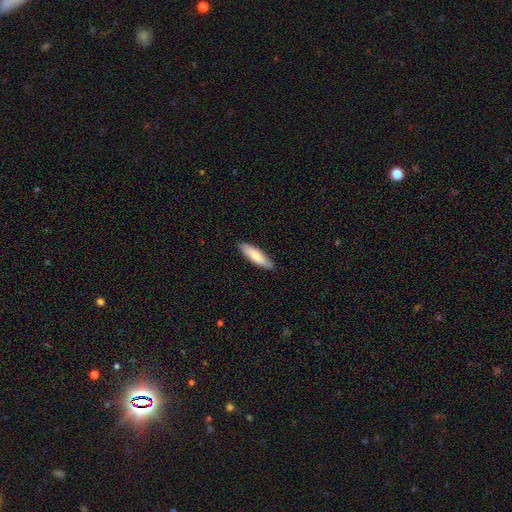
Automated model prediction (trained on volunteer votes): smooth-or-featured: smooth: 78% | featured or disk: 17% | star or artifact: 5%
  how-rounded: cigar-shaped: 62% | in between: 37% | round: 1%
  merging: none: 89% | minor disturbance: 8% | major disturbance: 2% | merger: 1%